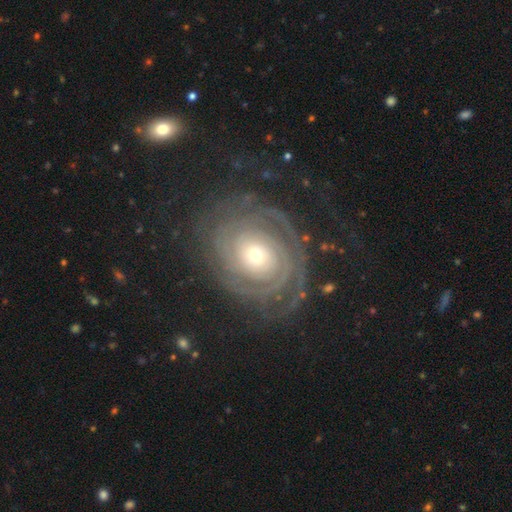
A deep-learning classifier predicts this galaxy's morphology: smooth_or_featured: featured or disk (p=0.86) [alt: star or artifact p=0.07]
disk_edge_on: no (p=0.96) [alt: yes p=0.04]
bar: no (p=0.81) [alt: weak p=0.13]
has_spiral_arms: yes (p=0.96) [alt: no p=0.04]
spiral_winding: tight (p=0.82) [alt: medium p=0.14]
spiral_arm_count: can't tell (p=0.30) [alt: 2 p=0.27]
bulge_size: small (p=0.54) [alt: moderate p=0.40]
merging: none (p=0.73) [alt: minor disturbance p=0.14]